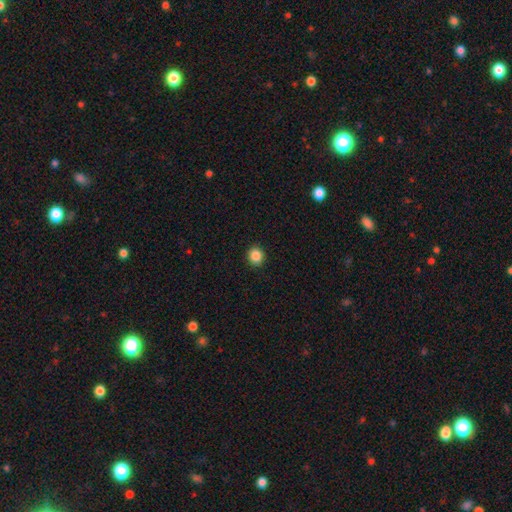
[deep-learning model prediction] Overall: smooth (87%). How rounded: round (88%). Merging: none (92%).